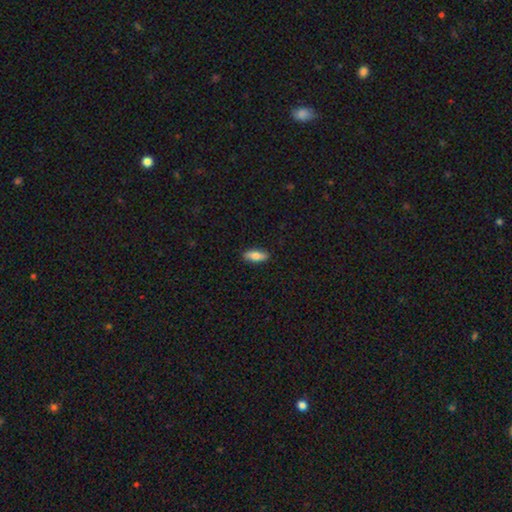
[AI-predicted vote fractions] smooth 75%, featured or disk 19%, star or artifact 6%. Down the decision tree: how rounded — in between (72%); merging — none (88%).